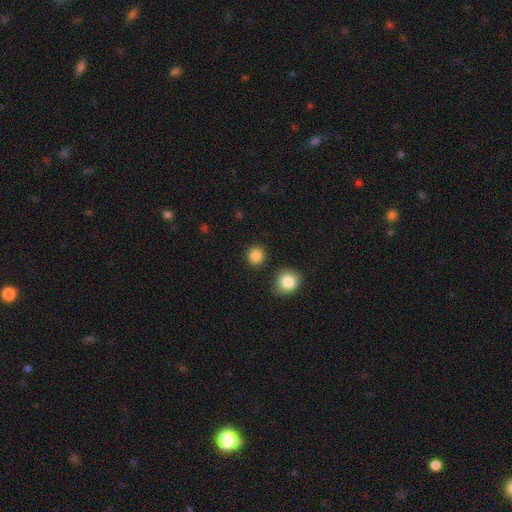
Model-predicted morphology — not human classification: The model was most divided on "smooth or featured": smooth: 87%, star or artifact: 10%, featured or disk: 4%. More confident: how rounded — round (90%); merging — none (87%).